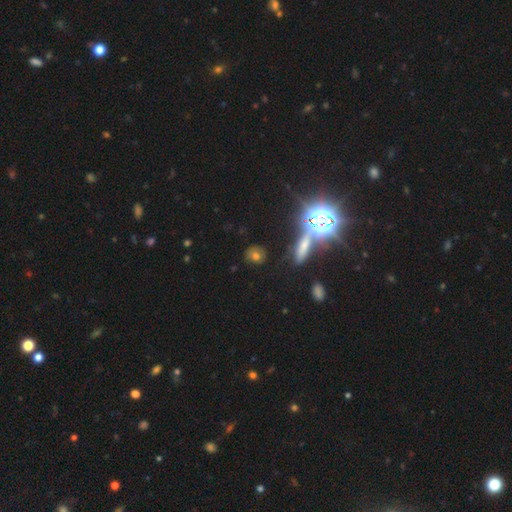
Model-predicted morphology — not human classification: Smooth or featured? smooth (56%)
How rounded? round (67%)
Merging? none (76%)